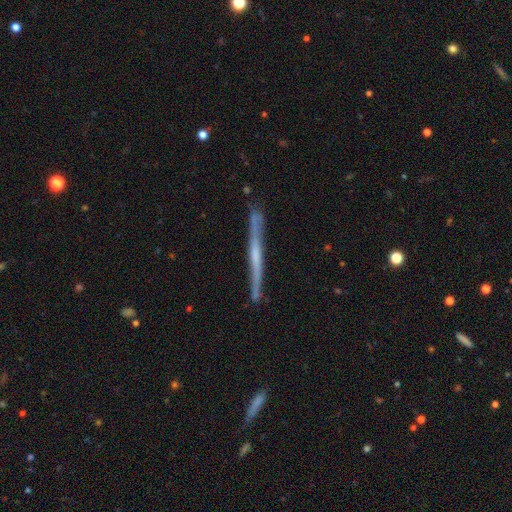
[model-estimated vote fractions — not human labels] This is likely a featured or disk galaxy (70%). It is clearly viewed edge-on (97%). Edge-on bulge: possibly none (59%). Merging: clearly none (86%).